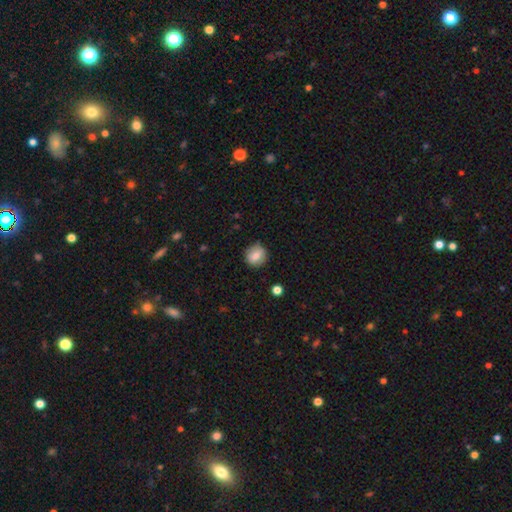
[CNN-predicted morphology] A smooth galaxy with no disk features (78%) that is round (85%). Merging: none (83%).